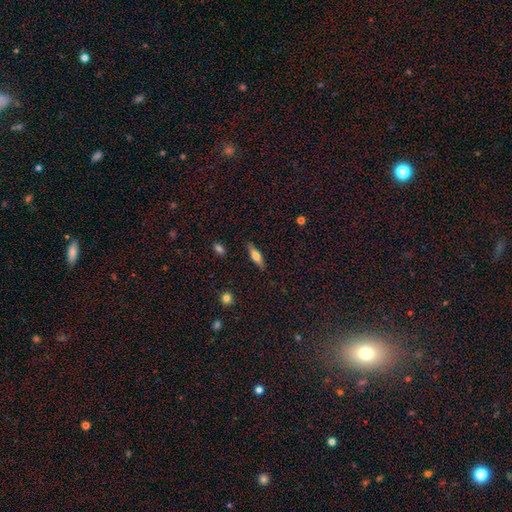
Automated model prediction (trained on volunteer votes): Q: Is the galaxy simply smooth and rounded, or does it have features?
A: smooth — 58%.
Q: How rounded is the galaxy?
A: cigar-shaped — 61%.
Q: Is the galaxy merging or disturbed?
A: none — 87%.